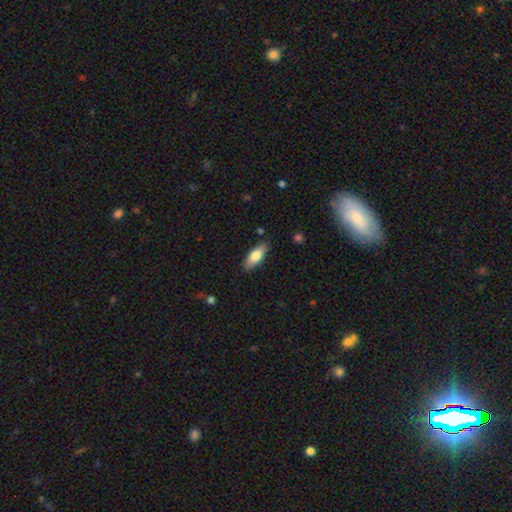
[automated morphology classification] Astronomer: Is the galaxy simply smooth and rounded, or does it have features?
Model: smooth — 69%.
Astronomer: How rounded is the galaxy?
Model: in between — 70%.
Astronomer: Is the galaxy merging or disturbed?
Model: none — 86%.